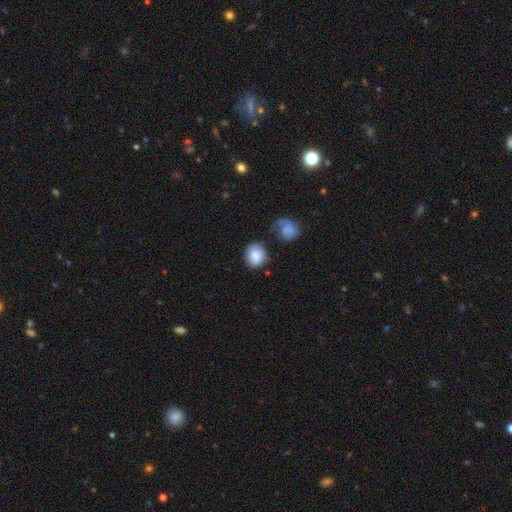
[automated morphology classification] smooth-or-featured: smooth: 83% | featured or disk: 10% | star or artifact: 7%
  how-rounded: round: 71% | in between: 28% | cigar-shaped: 1%
  merging: none: 62% | minor disturbance: 22% | major disturbance: 8% | merger: 8%